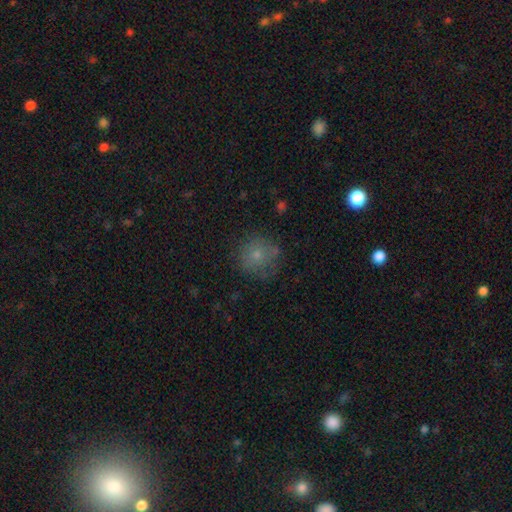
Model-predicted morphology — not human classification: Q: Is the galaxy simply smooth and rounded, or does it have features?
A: smooth — 72%.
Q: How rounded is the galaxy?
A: round — 90%.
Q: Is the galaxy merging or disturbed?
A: none — 72%.